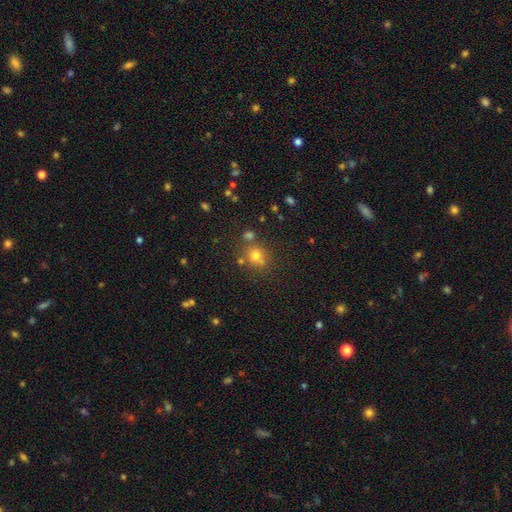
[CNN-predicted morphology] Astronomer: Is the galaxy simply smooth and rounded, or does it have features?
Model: smooth — 69%.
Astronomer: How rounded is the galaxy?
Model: round — 82%.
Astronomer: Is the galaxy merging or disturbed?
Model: none — 66%.